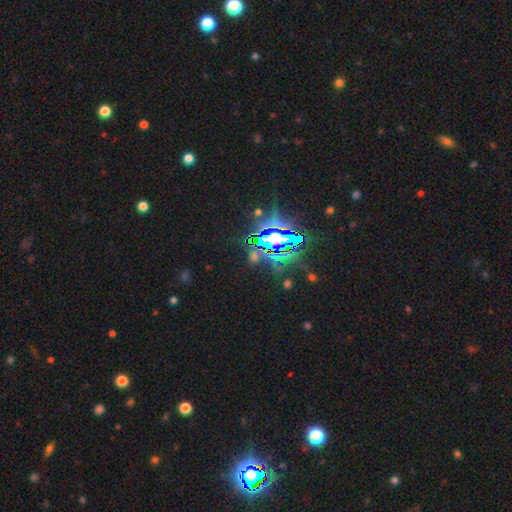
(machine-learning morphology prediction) smooth-or-featured: star or artifact: 81% | smooth: 10% | featured or disk: 10%